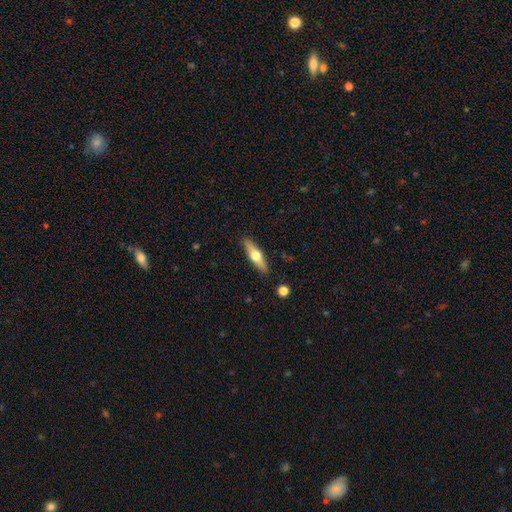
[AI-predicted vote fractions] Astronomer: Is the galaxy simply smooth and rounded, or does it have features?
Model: featured or disk — 54% (runner-up: smooth, 40%).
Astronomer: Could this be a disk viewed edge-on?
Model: yes — 93%.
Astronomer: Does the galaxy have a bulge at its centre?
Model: rounded — 95%.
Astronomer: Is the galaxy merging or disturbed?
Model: none — 89%.